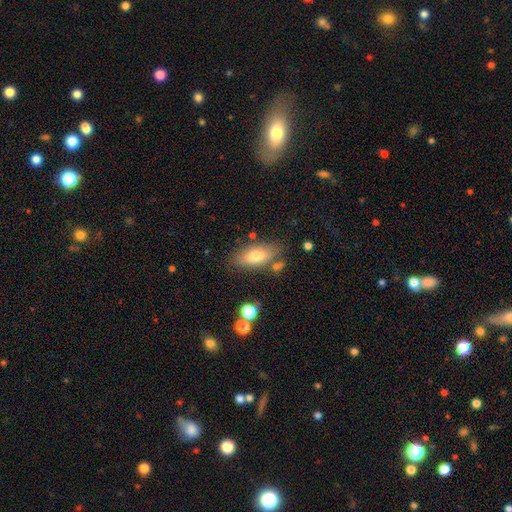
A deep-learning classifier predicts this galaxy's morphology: Smooth or featured: smooth — 74% (featured or disk — 18%)
How rounded: in between — 83% (cigar-shaped — 14%)
Merging: none — 75% (minor disturbance — 15%)